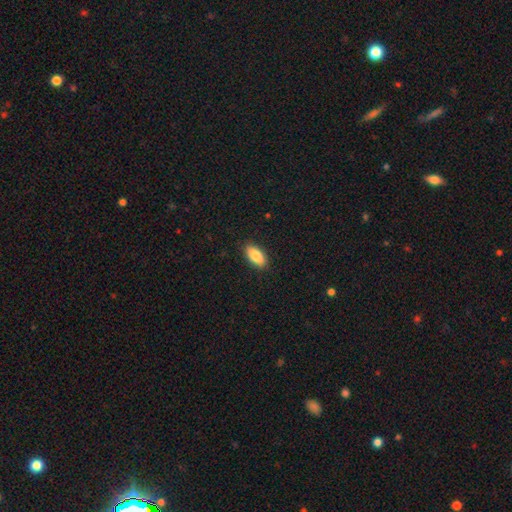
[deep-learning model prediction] This appears to be a smooth galaxy with no disk features (86%) that is in between round and cigar-shaped (91%). Merging: none (89%).